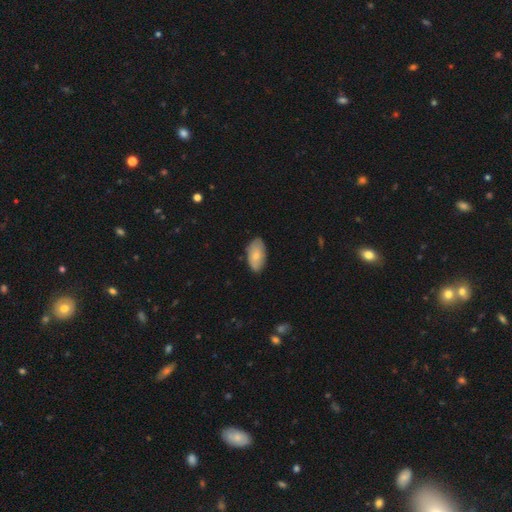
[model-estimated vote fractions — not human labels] A smooth galaxy with no disk features (74%) that is in between round and cigar-shaped (95%). Merging: none (80%).